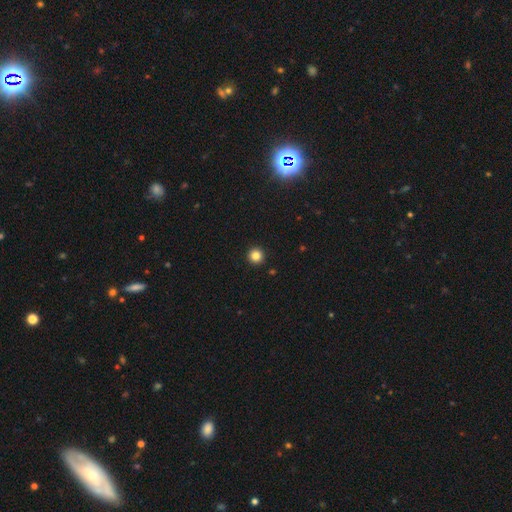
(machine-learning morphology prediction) This is clearly a smooth galaxy (84%). How rounded: clearly round (96%). Merging: clearly none (94%).